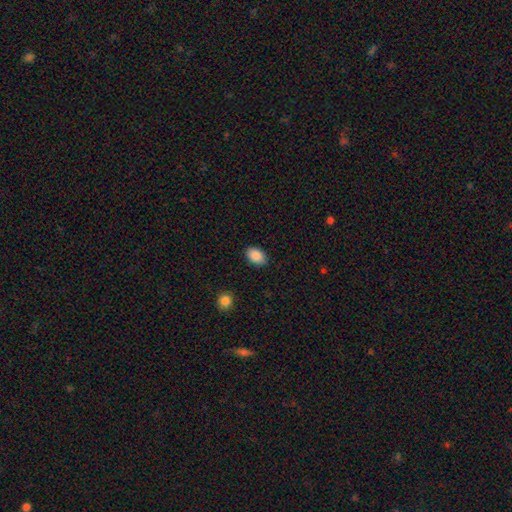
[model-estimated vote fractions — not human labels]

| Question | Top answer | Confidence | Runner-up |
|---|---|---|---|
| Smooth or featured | smooth | 89% | star or artifact (7%) |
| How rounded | in between | 88% | round (11%) |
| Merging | none | 88% | minor disturbance (9%) |